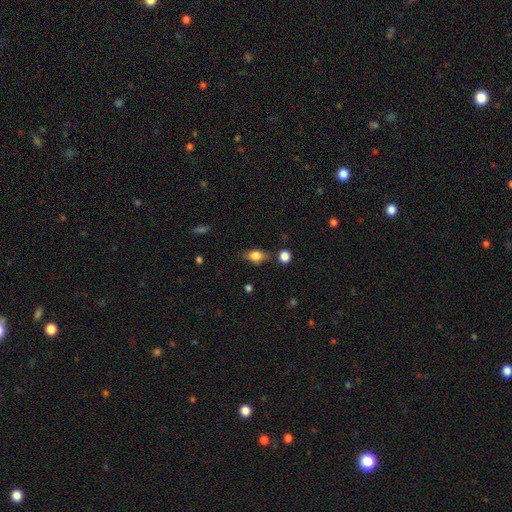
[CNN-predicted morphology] Smooth or featured: smooth — 80% (featured or disk — 12%)
How rounded: in between — 80% (round — 16%)
Merging: none — 72% (minor disturbance — 19%)